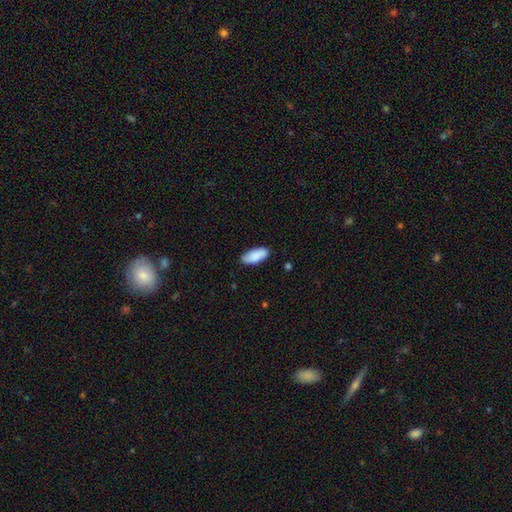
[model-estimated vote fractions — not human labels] A smooth galaxy with no disk features (88%) that is in between round and cigar-shaped (86%). Merging: none (81%).